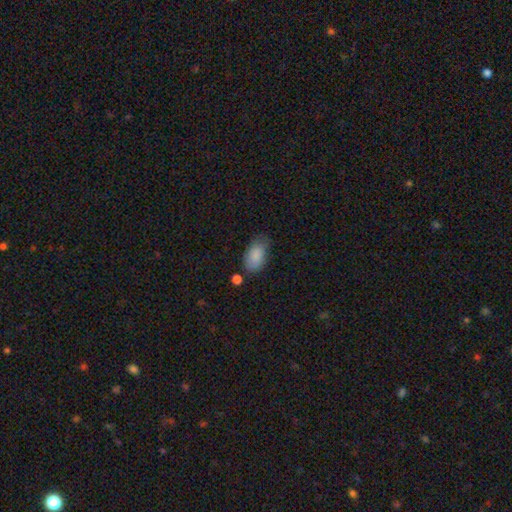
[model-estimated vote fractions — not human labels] A smooth galaxy with no disk features (86%) that is in between round and cigar-shaped (93%). Merging: none (58%).